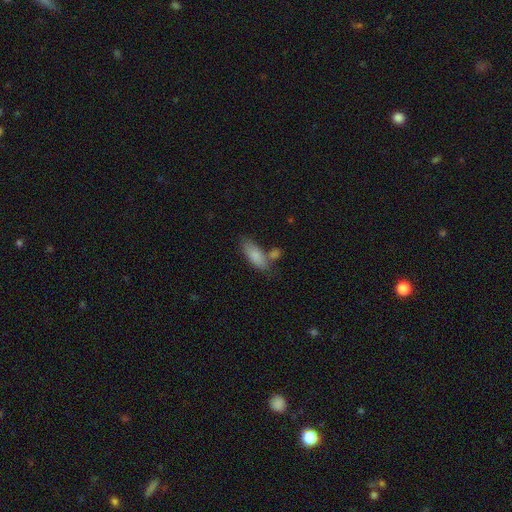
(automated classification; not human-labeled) smooth_or_featured: smooth (p=0.82) [alt: featured or disk p=0.11]
how_rounded: in between (p=0.76) [alt: cigar-shaped p=0.21]
merging: none (p=0.54) [alt: merger p=0.22]